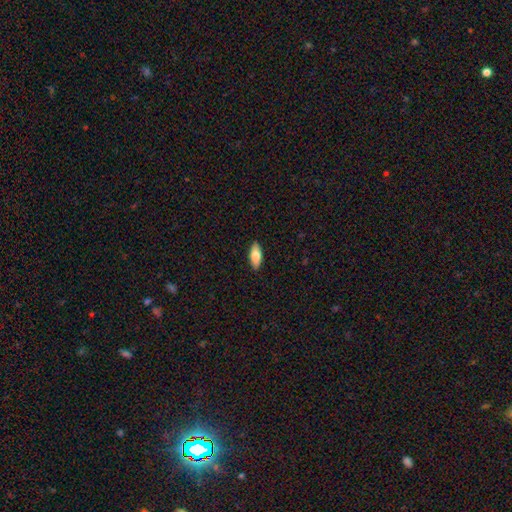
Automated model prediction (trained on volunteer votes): This appears to be a smooth galaxy with no disk features (80%) that is in between round and cigar-shaped (81%). Merging: none (89%).